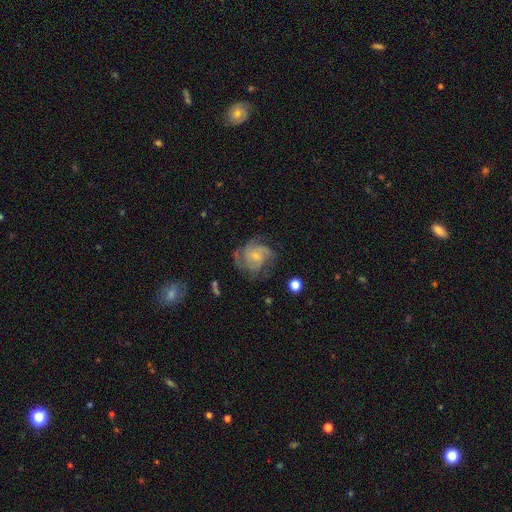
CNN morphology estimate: smooth_or_featured: featured or disk (p=0.81) [alt: smooth p=0.13]
disk_edge_on: no (p=0.98) [alt: yes p=0.02]
bar: no (p=0.64) [alt: weak p=0.32]
has_spiral_arms: yes (p=0.94) [alt: no p=0.06]
spiral_winding: tight (p=0.45) [alt: medium p=0.43]
spiral_arm_count: 3 (p=0.39) [alt: can't tell p=0.20]
bulge_size: small (p=0.69) [alt: moderate p=0.25]
merging: none (p=0.63) [alt: minor disturbance p=0.22]